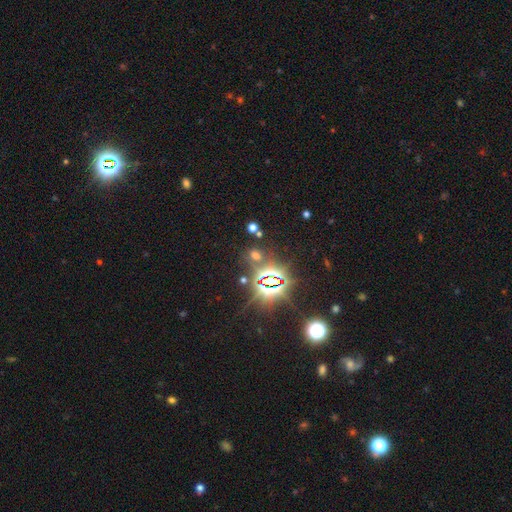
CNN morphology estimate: Smooth or featured: star or artifact — 63% (smooth — 30%)